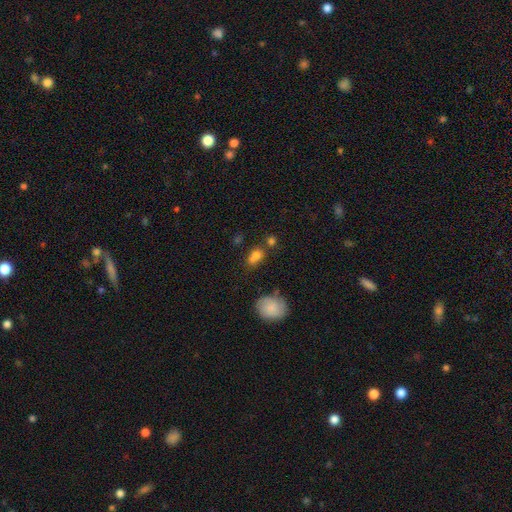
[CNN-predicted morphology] smooth_or_featured: smooth (p=0.77) [alt: star or artifact p=0.12]
how_rounded: in between (p=0.64) [alt: round p=0.33]
merging: none (p=0.49) [alt: merger p=0.27]